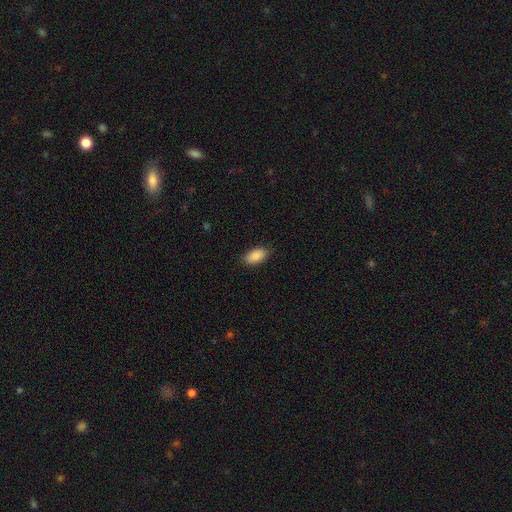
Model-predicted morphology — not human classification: smooth_or_featured: smooth (p=0.89) [alt: star or artifact p=0.07]
how_rounded: in between (p=0.94) [alt: round p=0.03]
merging: none (p=0.87) [alt: minor disturbance p=0.10]